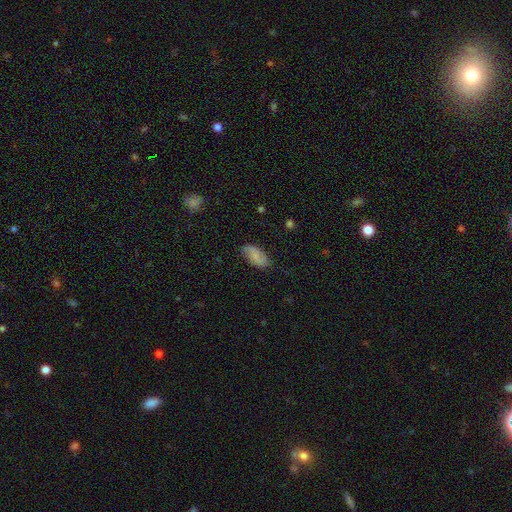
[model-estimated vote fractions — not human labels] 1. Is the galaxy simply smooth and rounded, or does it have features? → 60% smooth, 32% featured or disk, 8% star or artifact.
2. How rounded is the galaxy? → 92% in between, 4% cigar-shaped, 3% round.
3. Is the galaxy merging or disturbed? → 76% none, 18% minor disturbance, 5% major disturbance, 1% merger.